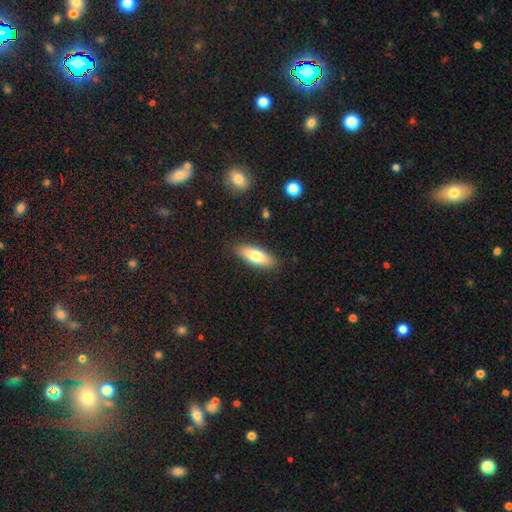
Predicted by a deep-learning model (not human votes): This appears to be a smooth galaxy with no disk features (76%) that is in between round and cigar-shaped (71%). Merging: none (87%).